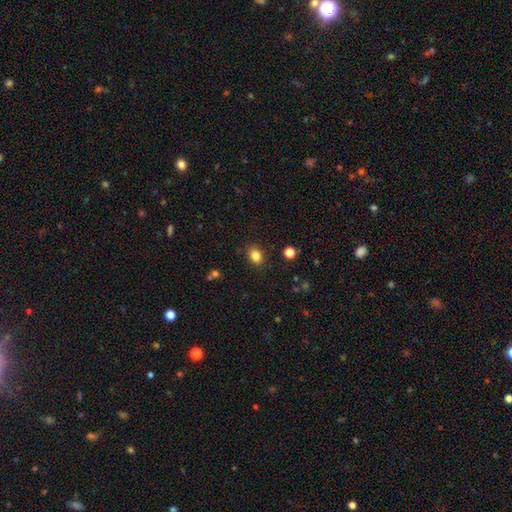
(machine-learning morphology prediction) A smooth galaxy with no disk features (83%) that is in between round and cigar-shaped (53%). Merging: none (87%).